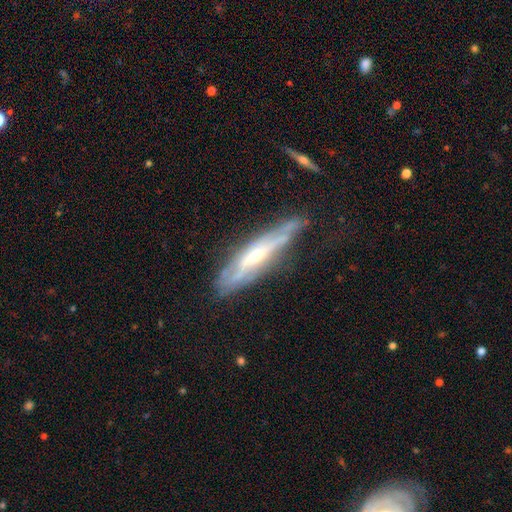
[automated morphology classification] type=featured or disk (76%); edge-on=yes (73%); edge-on bulge=rounded (63%); merging=none (65%).